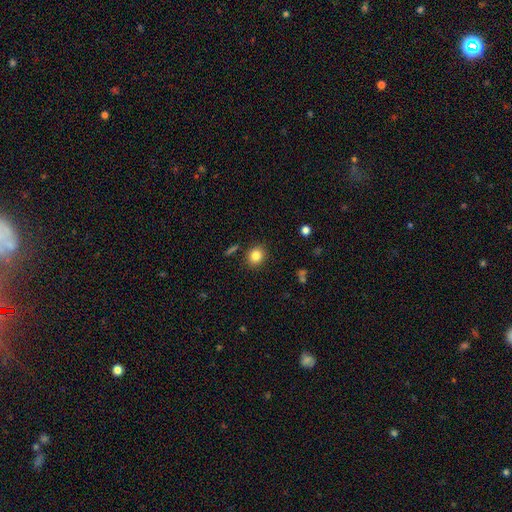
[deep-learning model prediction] This appears to be a smooth galaxy with no disk features (83%) that is round (71%). Merging: none (87%).